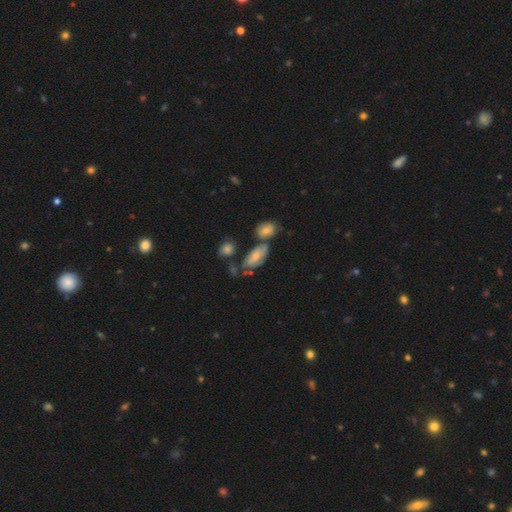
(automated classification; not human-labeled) This appears to be a featured or disk galaxy (44%). Merging: none (44%).